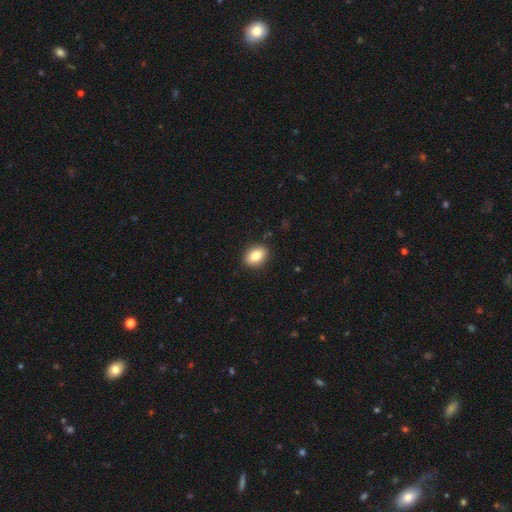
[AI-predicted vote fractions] Morphology: type=smooth (84%); roundness=in between (80%); merging=none (89%).